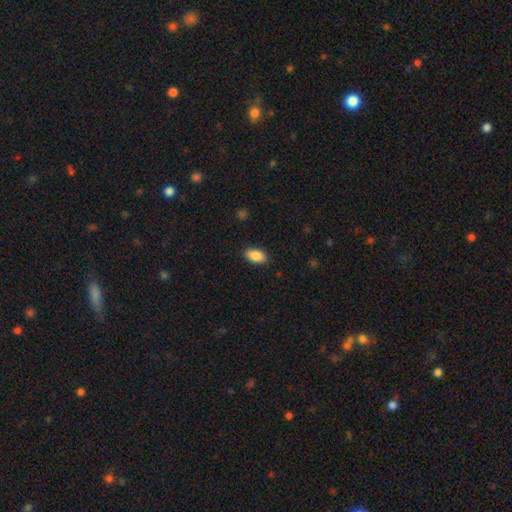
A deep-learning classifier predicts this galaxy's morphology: type=smooth (88%); roundness=in between (93%); merging=none (89%).